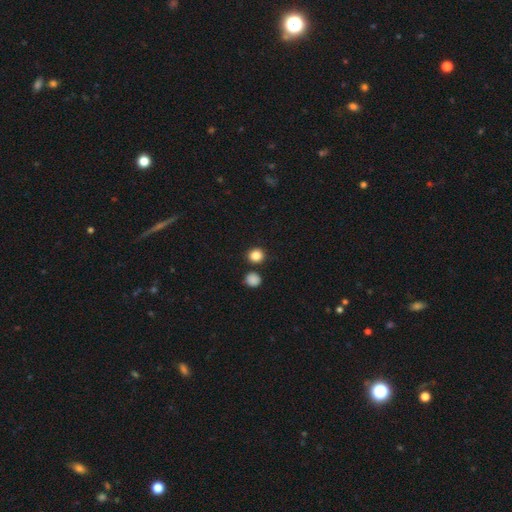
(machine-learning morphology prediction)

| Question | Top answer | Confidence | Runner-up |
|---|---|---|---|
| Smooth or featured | smooth | 86% | star or artifact (11%) |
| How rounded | round | 86% | in between (13%) |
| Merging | none | 83% | merger (7%) |